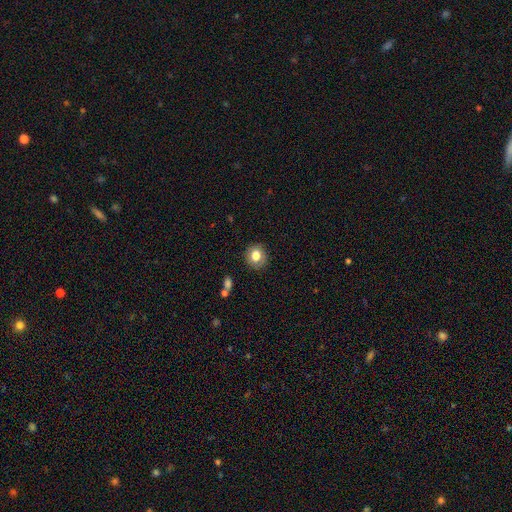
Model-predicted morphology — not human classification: Smooth or featured?
  - smooth: 78% *
  - featured or disk: 12%
  - star or artifact: 10%
How rounded?
  - round: 82% *
  - in between: 17%
  - cigar-shaped: 1%
Merging?
  - none: 87% *
  - minor disturbance: 9%
  - major disturbance: 3%
  - merger: 2%